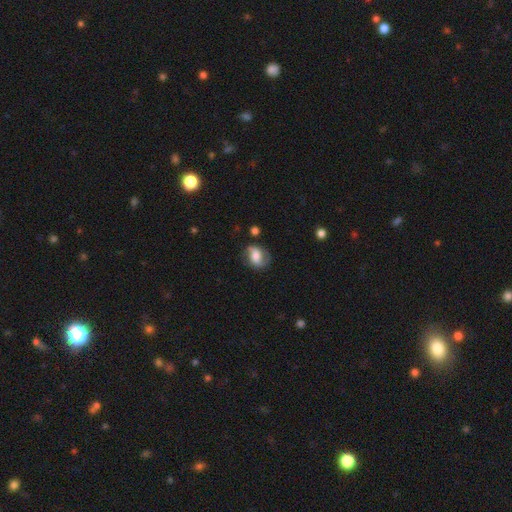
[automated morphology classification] Smooth or featured?
  - featured or disk: 48% *
  - smooth: 43%
  - star or artifact: 9%
Merging?
  - none: 66% *
  - minor disturbance: 22%
  - major disturbance: 9%
  - merger: 3%